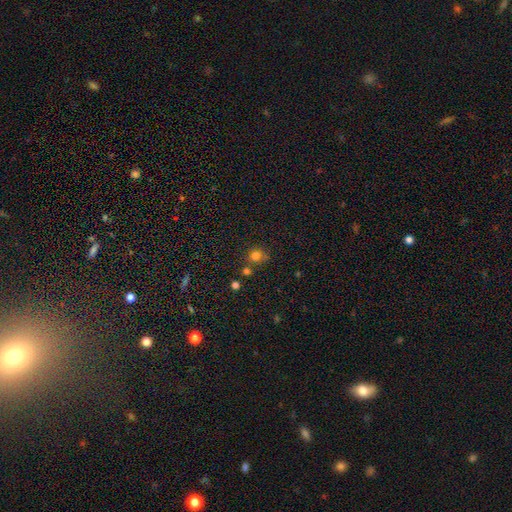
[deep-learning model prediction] Smooth or featured? Predicted: smooth (p=0.77). How rounded? Predicted: round (p=0.84). Merging? Predicted: none (p=0.66).